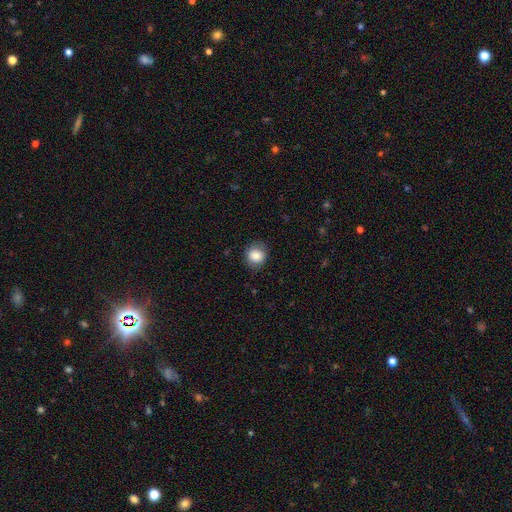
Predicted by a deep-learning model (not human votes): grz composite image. It shows a smooth galaxy with no disk features (83%) that is round (82%). Merging: none (82%).